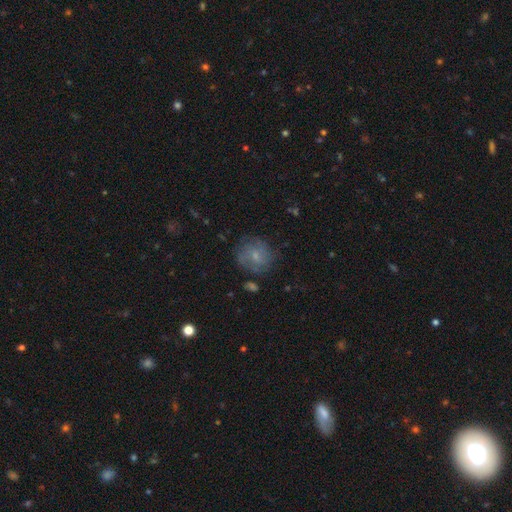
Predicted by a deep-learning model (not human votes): A smooth galaxy with no disk features (51%) that is round (83%). Merging: none (71%).